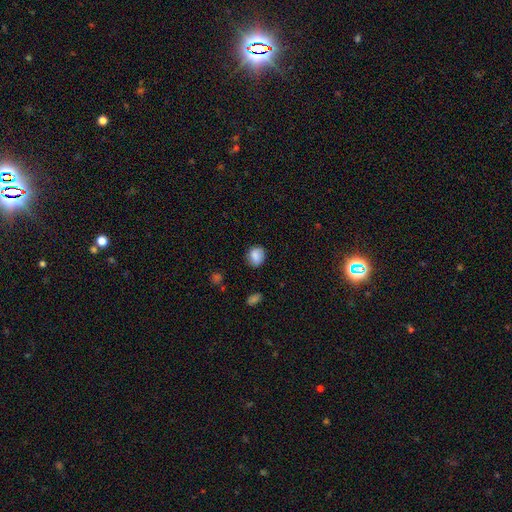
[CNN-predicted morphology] This is clearly a smooth galaxy (84%). How rounded: likely round (64%). Merging: likely none (77%).